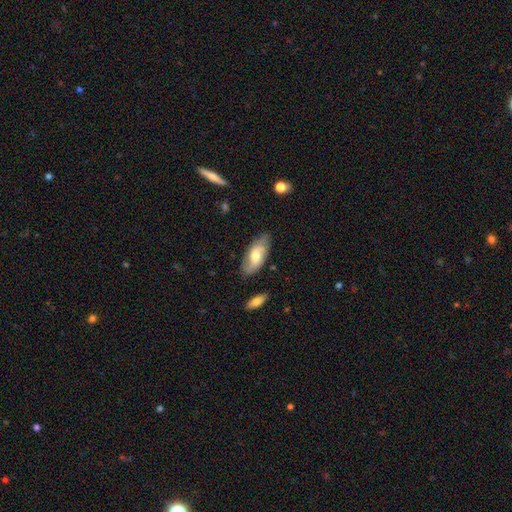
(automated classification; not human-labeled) Q: Smooth or featured?
A: smooth (53%); runner-up: featured or disk (41%)
Q: How rounded?
A: in between (87%); runner-up: cigar-shaped (11%)
Q: Merging?
A: none (77%); runner-up: minor disturbance (17%)